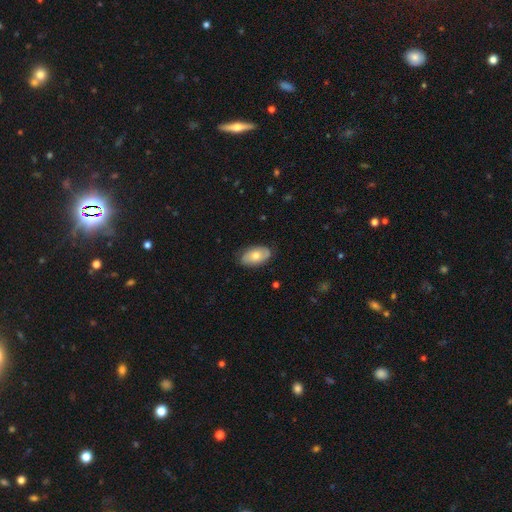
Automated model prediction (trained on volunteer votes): smooth_or_featured: smooth (p=0.57) [alt: featured or disk p=0.37]
how_rounded: in between (p=0.93) [alt: round p=0.05]
merging: none (p=0.79) [alt: minor disturbance p=0.17]